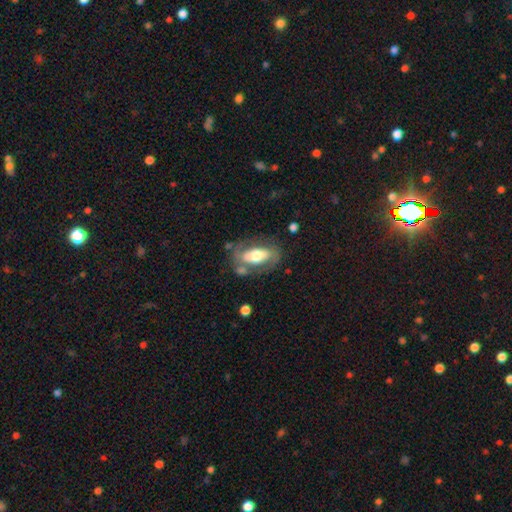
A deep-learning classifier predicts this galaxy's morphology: smooth_or_featured: featured or disk (p=0.57) [alt: smooth p=0.37]
disk_edge_on: no (p=0.88) [alt: yes p=0.12]
merging: none (p=0.63) [alt: minor disturbance p=0.19]